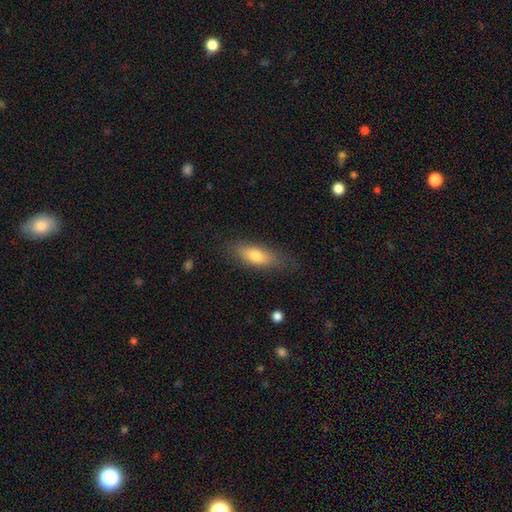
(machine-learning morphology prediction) type=smooth (73%); roundness=in between (59%); merging=none (78%).